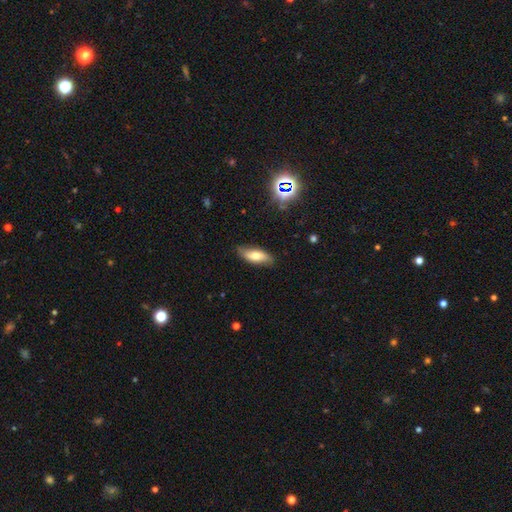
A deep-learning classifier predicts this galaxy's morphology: The model was most divided on "smooth or featured": smooth: 62%, featured or disk: 29%, star or artifact: 8%. More confident: merging — none (80%); how rounded — in between (75%).